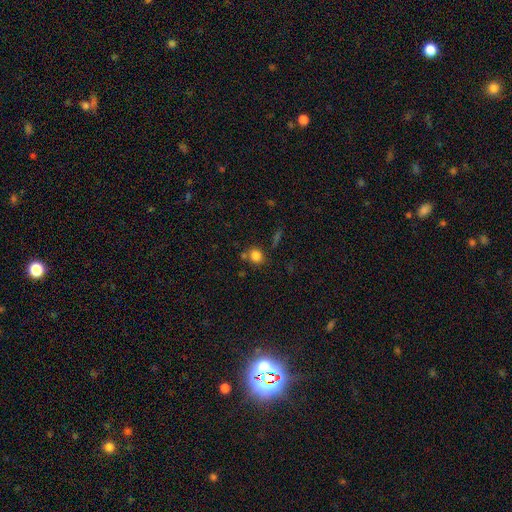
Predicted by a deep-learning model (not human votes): smooth-or-featured: smooth: 82% | star or artifact: 12% | featured or disk: 6%
  how-rounded: round: 78% | in between: 21% | cigar-shaped: 1%
  merging: none: 69% | merger: 14% | minor disturbance: 12% | major disturbance: 4%